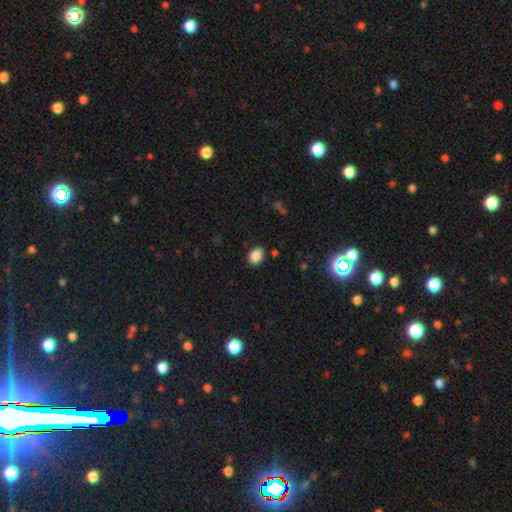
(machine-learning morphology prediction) Smooth or featured: smooth — 86% (star or artifact — 10%)
How rounded: in between — 67% (round — 32%)
Merging: none — 86% (minor disturbance — 9%)